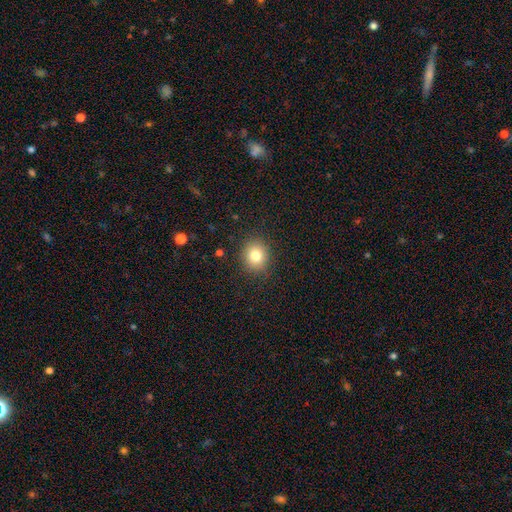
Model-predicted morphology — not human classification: A smooth galaxy with no disk features (79%) that is round (78%). Merging: none (88%).